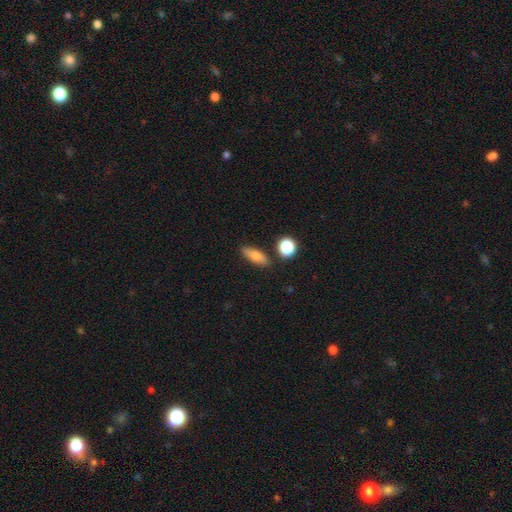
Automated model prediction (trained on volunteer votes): This is likely a smooth galaxy (75%). How rounded: likely in between (64%). Merging: clearly none (84%).